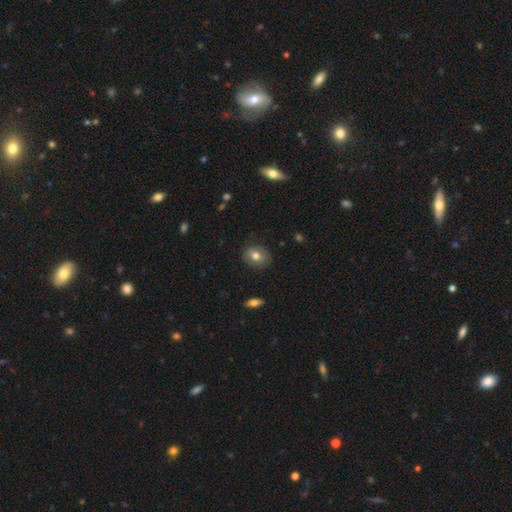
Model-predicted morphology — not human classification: type=smooth (72%); roundness=round (54%); merging=none (85%).